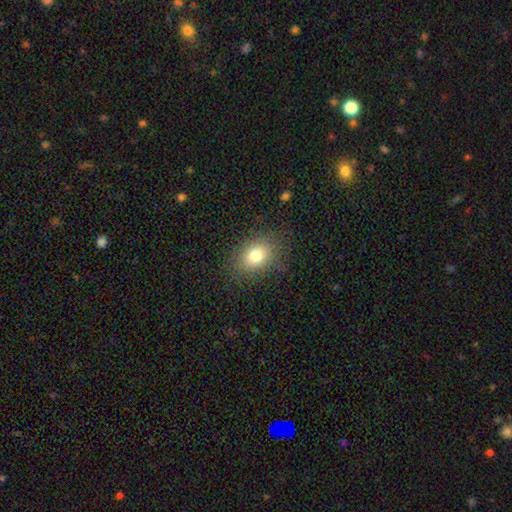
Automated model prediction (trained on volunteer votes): Q: Smooth or featured?
A: smooth (77%); runner-up: star or artifact (12%)
Q: How rounded?
A: in between (61%); runner-up: round (37%)
Q: Merging?
A: none (82%); runner-up: minor disturbance (12%)